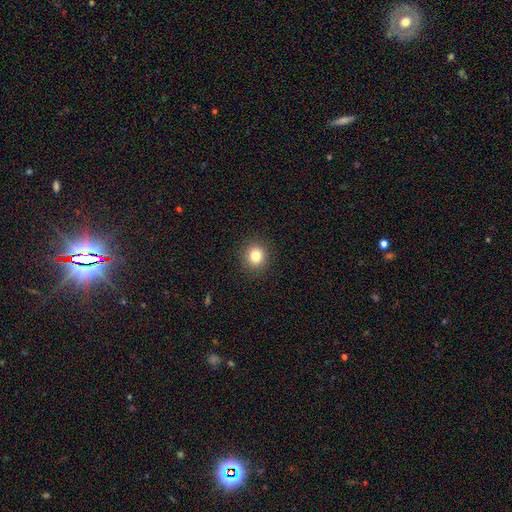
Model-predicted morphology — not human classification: type=smooth (82%); roundness=round (82%); merging=none (91%).